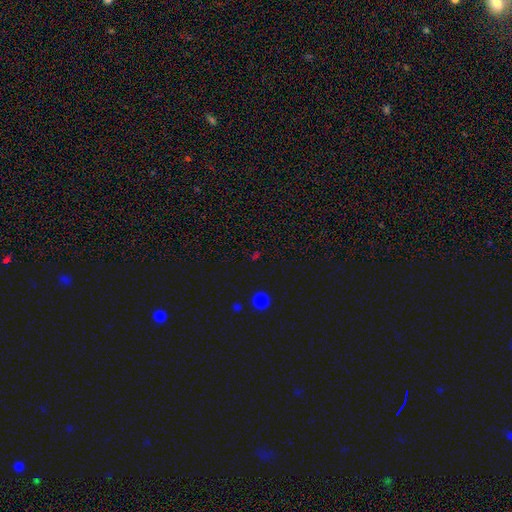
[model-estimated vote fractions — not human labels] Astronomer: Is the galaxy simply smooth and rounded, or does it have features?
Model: star or artifact — 56% (runner-up: smooth, 37%).